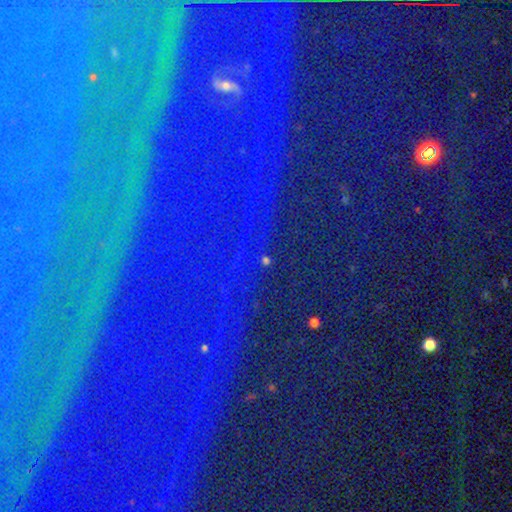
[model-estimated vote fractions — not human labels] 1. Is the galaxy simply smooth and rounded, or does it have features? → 86% star or artifact, 7% smooth, 7% featured or disk.